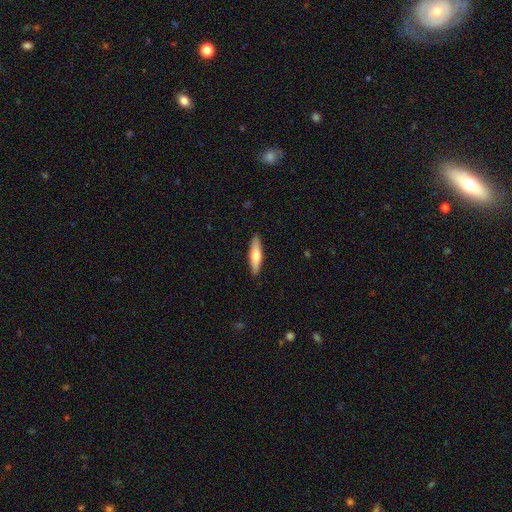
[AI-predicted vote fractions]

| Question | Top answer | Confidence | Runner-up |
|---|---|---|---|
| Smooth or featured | smooth | 60% | featured or disk (34%) |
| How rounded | cigar-shaped | 73% | in between (25%) |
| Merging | none | 90% | minor disturbance (7%) |